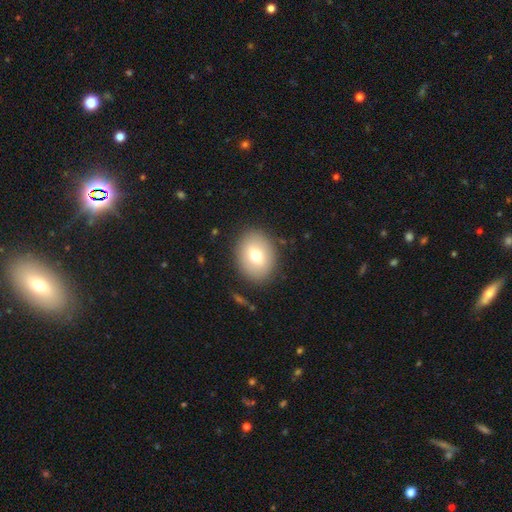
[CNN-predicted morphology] This appears to be a smooth galaxy with no disk features (70%) that is in between round and cigar-shaped (53%). Merging: none (87%).